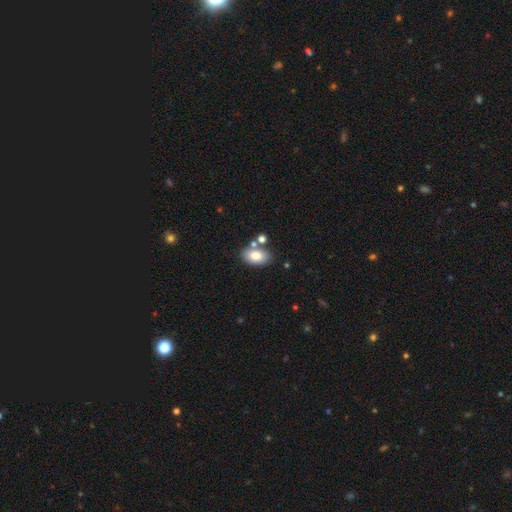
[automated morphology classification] A smooth galaxy with no disk features (82%) that is in between round and cigar-shaped (90%). Merging: none (69%).